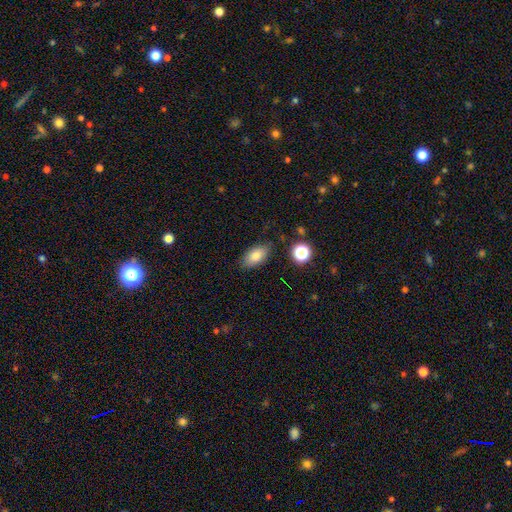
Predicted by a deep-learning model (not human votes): smooth-or-featured: smooth: 81% | featured or disk: 10% | star or artifact: 9%
  how-rounded: in between: 90% | round: 6% | cigar-shaped: 4%
  merging: none: 81% | minor disturbance: 14% | major disturbance: 3% | merger: 2%